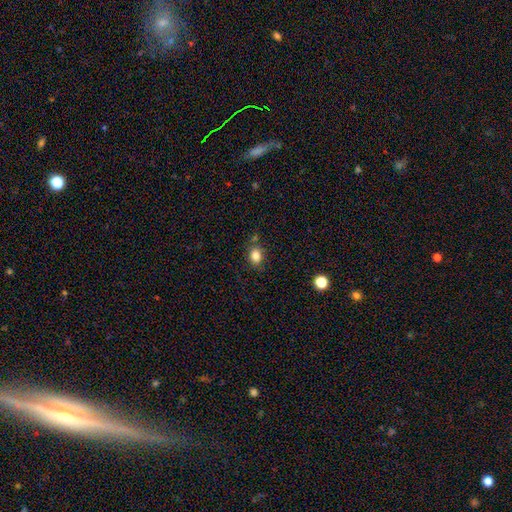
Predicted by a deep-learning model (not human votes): Morphology: type=smooth (84%); roundness=in between (64%); merging=none (75%).